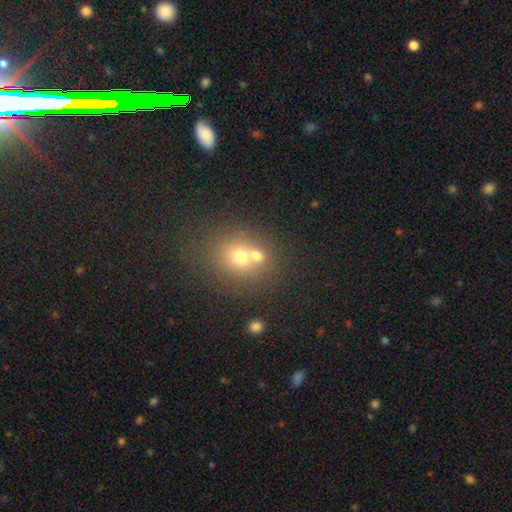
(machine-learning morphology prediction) smooth_or_featured: smooth (p=0.66) [alt: featured or disk p=0.17]
how_rounded: round (p=0.74) [alt: in between p=0.25]
merging: merger (p=0.49) [alt: none p=0.40]